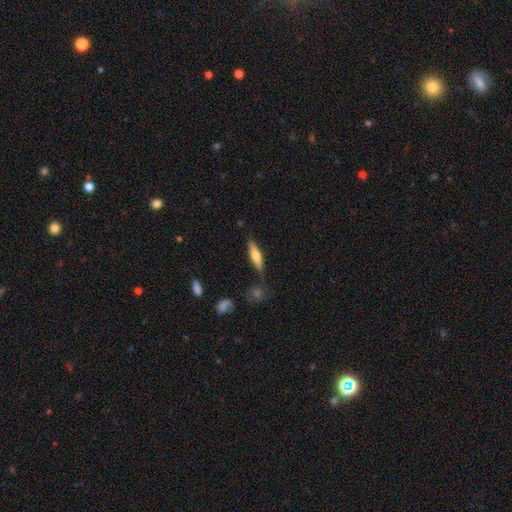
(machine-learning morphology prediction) The model was most divided on "smooth or featured": smooth: 62%, featured or disk: 32%, star or artifact: 6%. More confident: merging — none (80%); how rounded — cigar-shaped (70%).